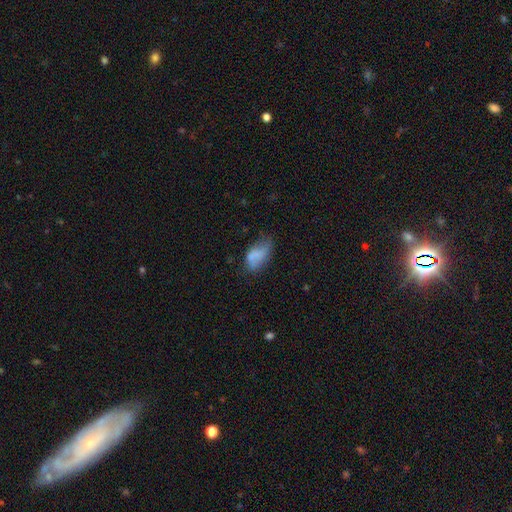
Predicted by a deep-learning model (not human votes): A smooth galaxy with no disk features (68%) that is in between round and cigar-shaped (92%).

Vote fractions:
- Smooth or featured? smooth: 68% / featured or disk: 22% / star or artifact: 10%
- How rounded? in between: 92% / round: 5% / cigar-shaped: 3%
- Merging? none: 37% / minor disturbance: 35% / major disturbance: 22% / merger: 6%